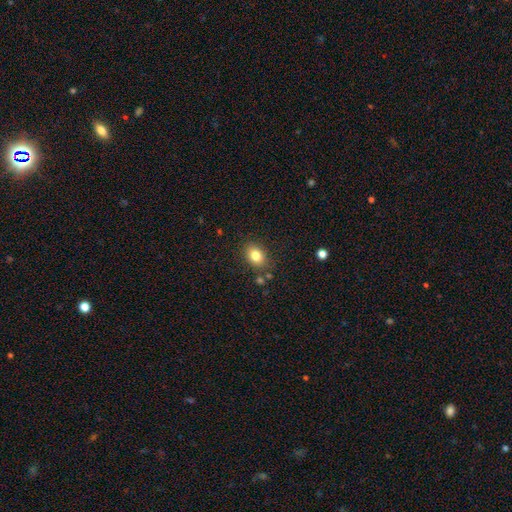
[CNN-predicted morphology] smooth-or-featured: smooth: 81% | star or artifact: 10% | featured or disk: 9%
  how-rounded: in between: 69% | round: 30% | cigar-shaped: 1%
  merging: none: 81% | minor disturbance: 12% | merger: 4% | major disturbance: 3%